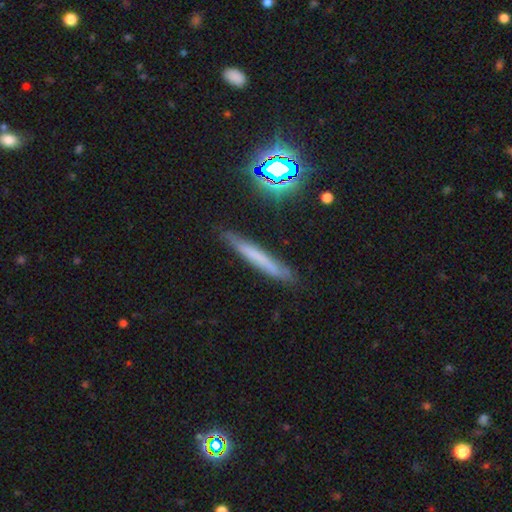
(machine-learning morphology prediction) Smooth or featured? Predicted: smooth (p=0.52). How rounded? Predicted: cigar-shaped (p=0.94). Merging? Predicted: none (p=0.85).